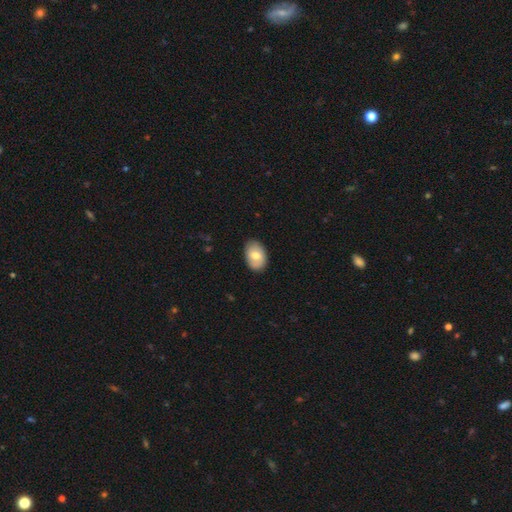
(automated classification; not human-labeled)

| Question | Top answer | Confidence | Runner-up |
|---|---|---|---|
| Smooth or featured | smooth | 72% | featured or disk (22%) |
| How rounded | in between | 87% | round (12%) |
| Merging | none | 82% | minor disturbance (14%) |